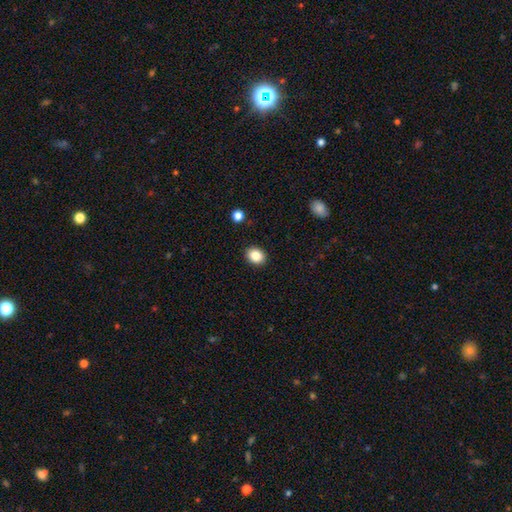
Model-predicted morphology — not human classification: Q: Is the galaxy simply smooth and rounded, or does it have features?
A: smooth — 86%.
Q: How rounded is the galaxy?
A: round — 53%.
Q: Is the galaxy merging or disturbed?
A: none — 90%.